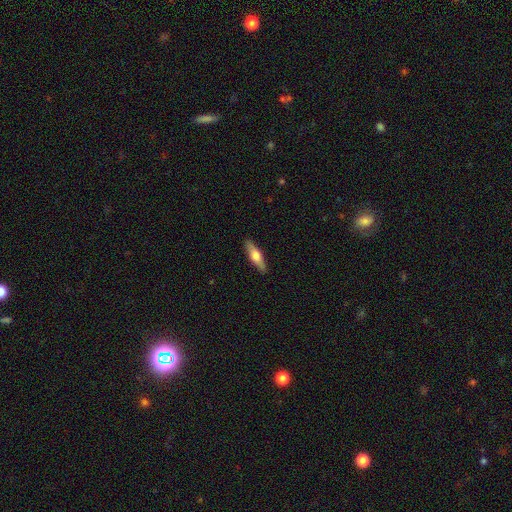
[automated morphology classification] Smooth or featured? Predicted: smooth (p=0.53). How rounded? Predicted: cigar-shaped (p=0.66). Merging? Predicted: none (p=0.90).